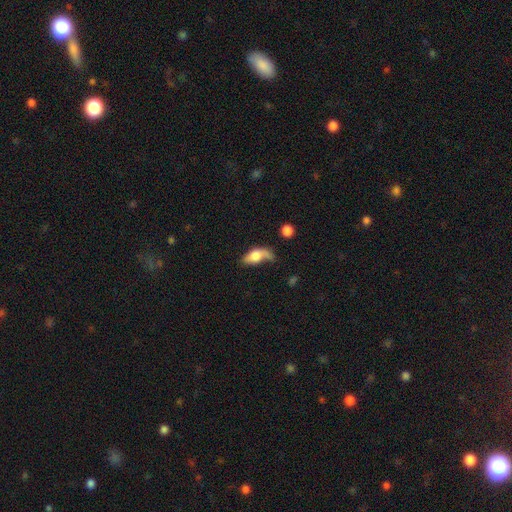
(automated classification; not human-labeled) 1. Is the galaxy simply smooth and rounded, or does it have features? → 60% smooth, 32% featured or disk, 8% star or artifact.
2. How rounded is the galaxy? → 79% in between, 13% cigar-shaped, 8% round.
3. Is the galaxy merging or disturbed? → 31% none, 29% major disturbance, 28% minor disturbance, 12% merger.